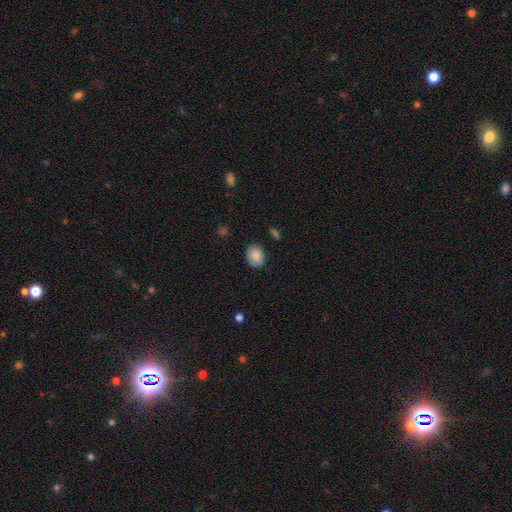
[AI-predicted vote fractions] The model was most divided on "how rounded": in between: 57%, round: 42%, cigar-shaped: 1%. More confident: smooth or featured — smooth (88%); merging — none (85%).